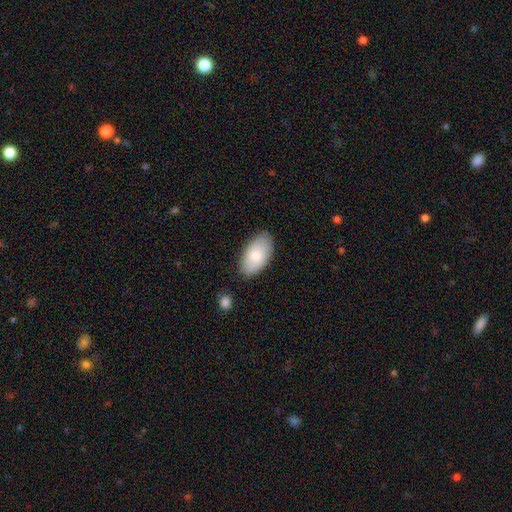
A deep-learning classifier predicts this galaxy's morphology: Smooth or featured? Predicted: smooth (p=0.80). How rounded? Predicted: in between (p=0.95). Merging? Predicted: none (p=0.83).